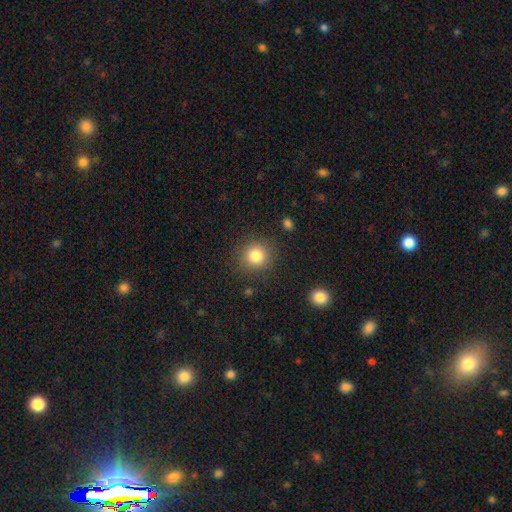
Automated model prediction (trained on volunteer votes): This appears to be a smooth galaxy with no disk features (83%) that is round (88%). Merging: none (86%).